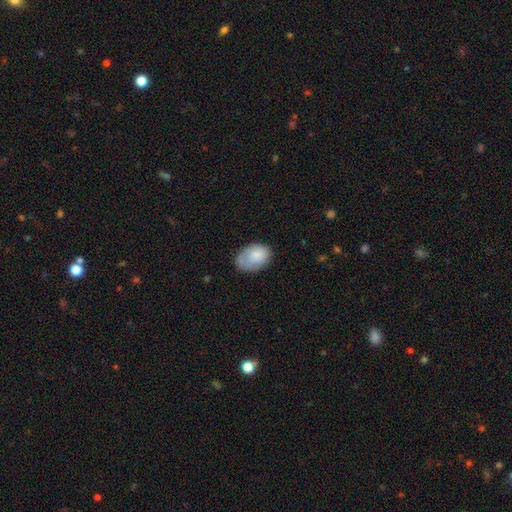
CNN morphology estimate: Q: Smooth or featured?
A: smooth (81%); runner-up: featured or disk (12%)
Q: How rounded?
A: in between (87%); runner-up: round (12%)
Q: Merging?
A: none (60%); runner-up: minor disturbance (29%)